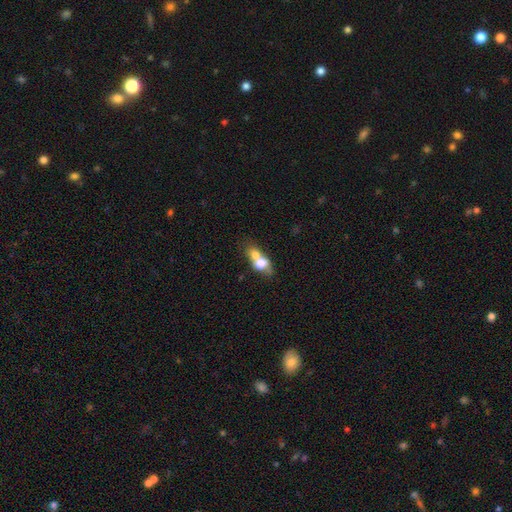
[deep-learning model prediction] Smooth or featured? smooth (65%)
How rounded? in between (54%)
Merging? merger (71%)